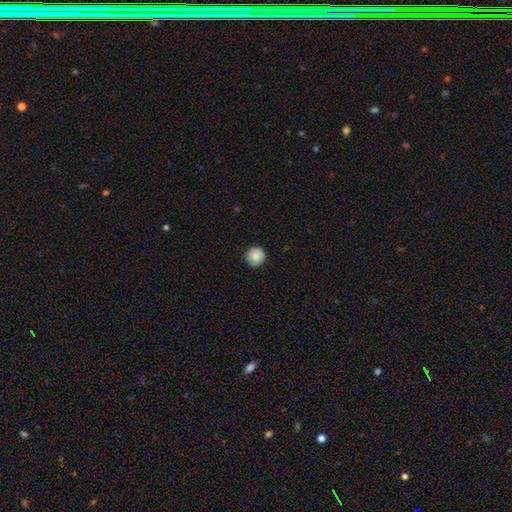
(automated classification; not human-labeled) The model was most divided on "smooth or featured": smooth: 85%, star or artifact: 8%, featured or disk: 7%. More confident: how rounded — round (95%); merging — none (89%).